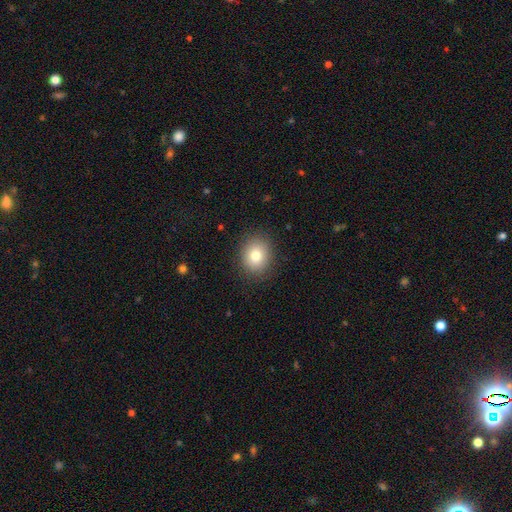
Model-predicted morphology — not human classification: Q: Smooth or featured?
A: smooth (79%); runner-up: star or artifact (11%)
Q: How rounded?
A: round (68%); runner-up: in between (31%)
Q: Merging?
A: none (88%); runner-up: minor disturbance (9%)